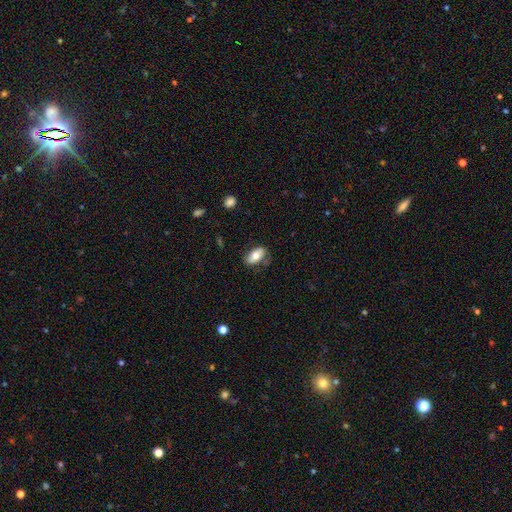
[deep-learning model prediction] Q: Smooth or featured?
A: smooth (68%); runner-up: featured or disk (25%)
Q: How rounded?
A: in between (91%); runner-up: round (5%)
Q: Merging?
A: none (65%); runner-up: minor disturbance (25%)